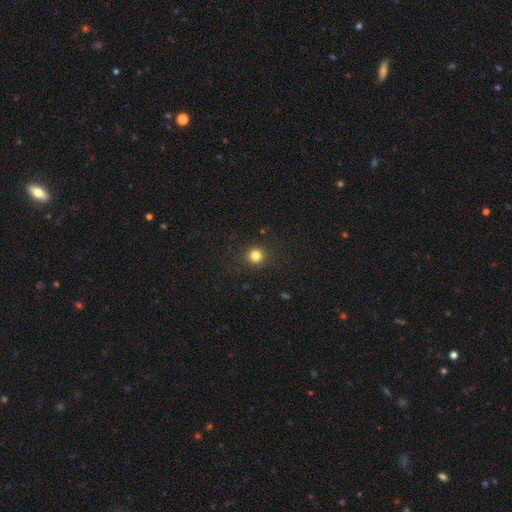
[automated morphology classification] Overall: smooth (82%). How rounded: round (93%). Merging: none (90%).